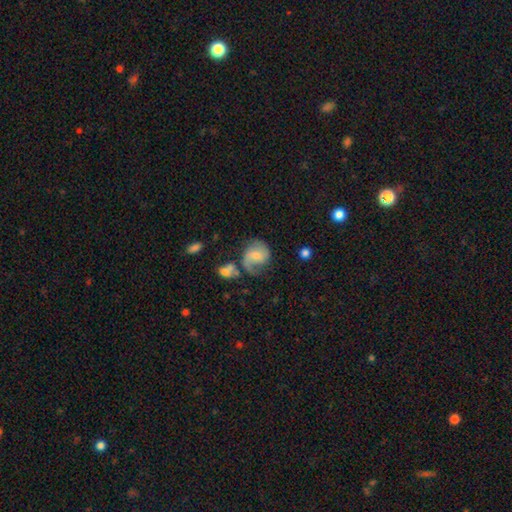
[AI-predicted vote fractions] Morphology: type=featured or disk (66%); edge-on=no (98%); bar=weak (44%, tied with no); spiral arms=yes (90%); winding=medium (45%); arm count=2 (68%); bulge=small (50%); merging=none (48%).